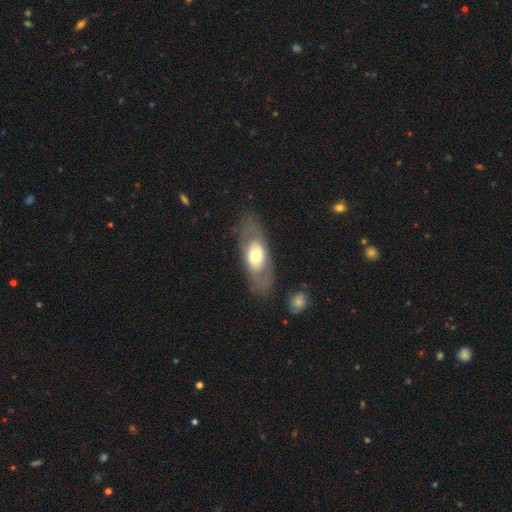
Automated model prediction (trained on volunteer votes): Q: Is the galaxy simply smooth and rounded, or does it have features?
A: featured or disk — 49%.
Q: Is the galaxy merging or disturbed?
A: none — 78%.